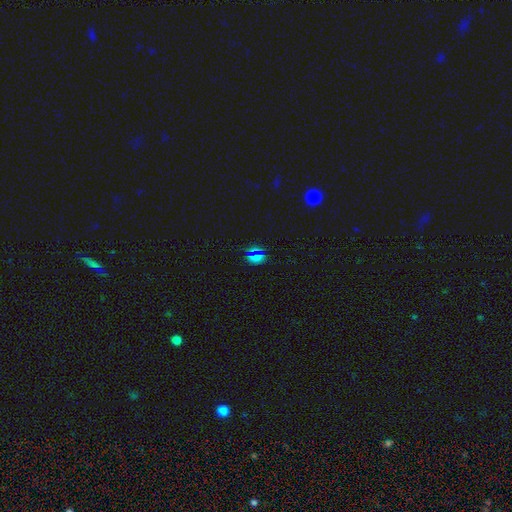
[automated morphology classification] type=smooth (54%); roundness=in between (52%); merging=none (79%).